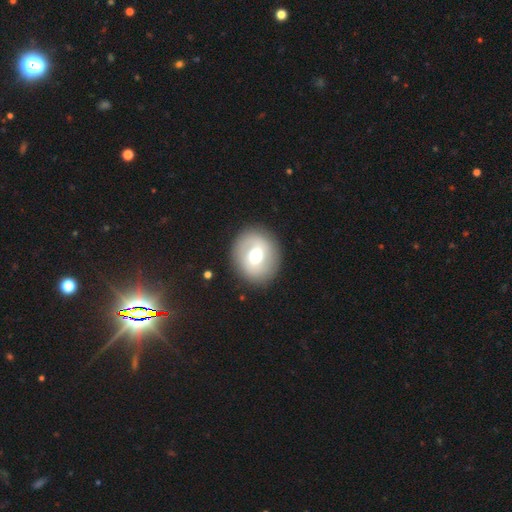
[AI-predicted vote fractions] Smooth or featured: smooth — 55% (featured or disk — 37%)
How rounded: round — 76% (in between — 23%)
Merging: none — 87% (minor disturbance — 8%)